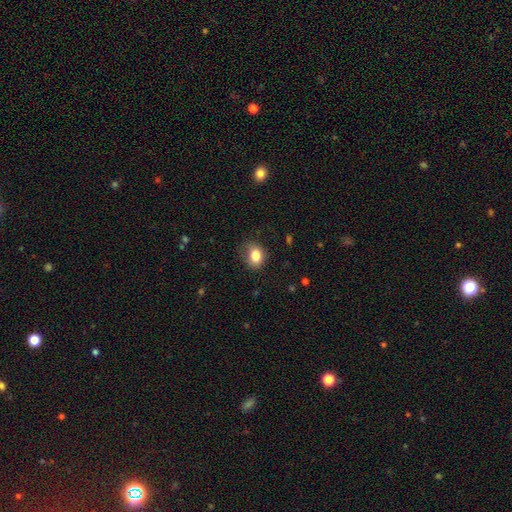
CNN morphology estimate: Smooth or featured? smooth (82%)
How rounded? in between (58%)
Merging? none (68%)